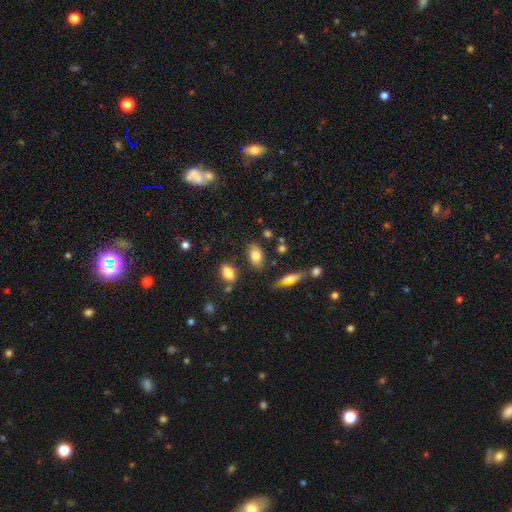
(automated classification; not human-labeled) Smooth or featured: smooth — 80% (featured or disk — 12%)
How rounded: in between — 88% (round — 7%)
Merging: none — 79% (minor disturbance — 12%)